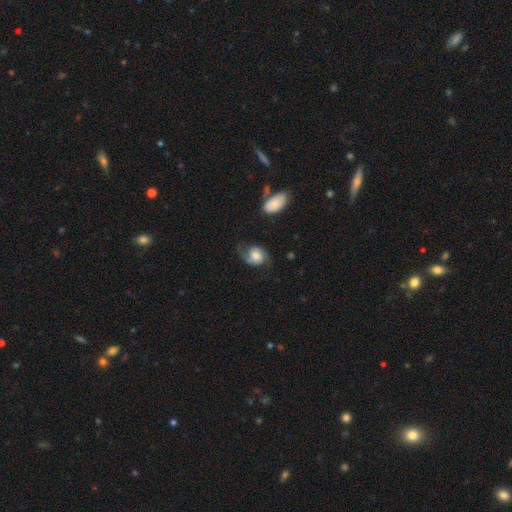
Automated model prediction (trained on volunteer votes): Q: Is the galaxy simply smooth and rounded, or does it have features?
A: featured or disk — 51%.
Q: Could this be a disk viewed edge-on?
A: no — 97%.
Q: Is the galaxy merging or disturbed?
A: none — 46%.